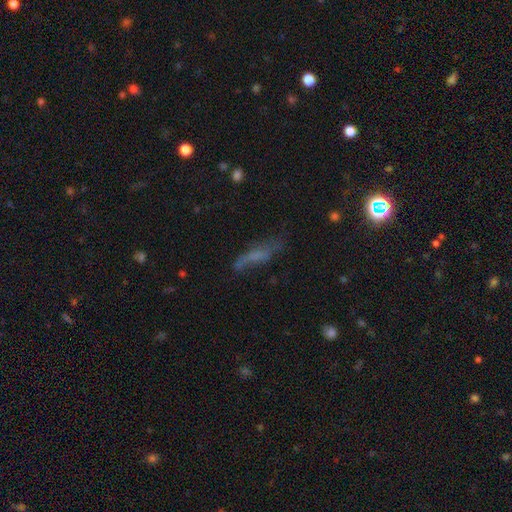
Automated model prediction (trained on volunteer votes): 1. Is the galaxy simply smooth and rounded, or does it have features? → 43% smooth, 38% featured or disk, 19% star or artifact.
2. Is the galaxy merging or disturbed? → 50% none, 26% minor disturbance, 20% major disturbance, 4% merger.